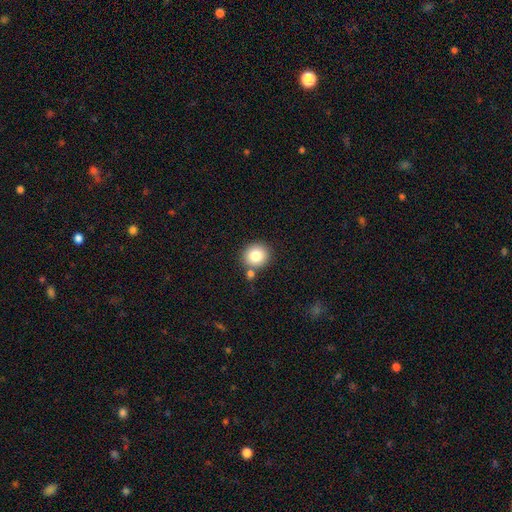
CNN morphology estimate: type=smooth (82%); roundness=round (88%); merging=none (76%).